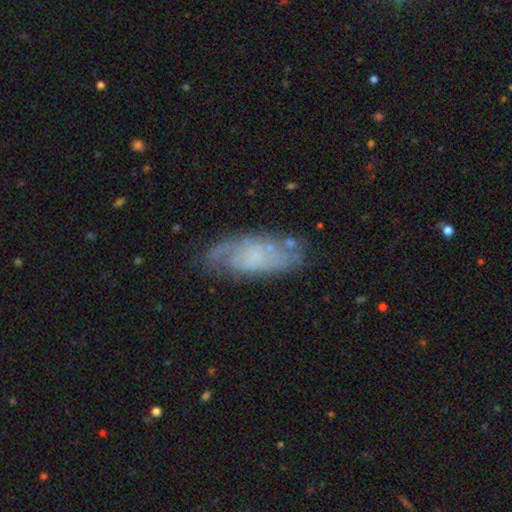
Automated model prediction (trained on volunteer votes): This is possibly a featured or disk galaxy (55%). It is clearly not viewed edge-on (89%). Merging: likely none (63%).